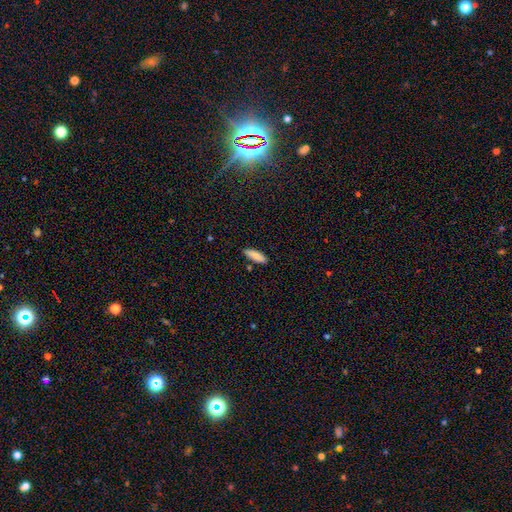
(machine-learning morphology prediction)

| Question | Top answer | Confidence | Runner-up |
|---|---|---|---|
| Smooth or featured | smooth | 86% | star or artifact (7%) |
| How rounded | cigar-shaped | 50% | in between (48%) |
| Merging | none | 83% | minor disturbance (11%) |